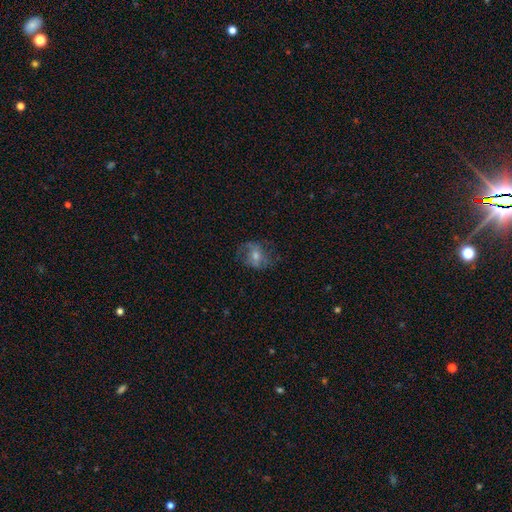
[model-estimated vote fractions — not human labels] Smooth or featured: smooth — 48% (featured or disk — 42%)
Merging: none — 57% (minor disturbance — 22%)